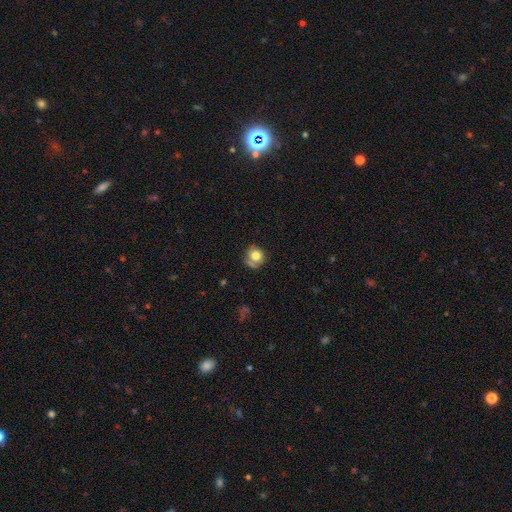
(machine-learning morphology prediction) Overall: smooth (74%). How rounded: round (81%). Merging: none (56%; minor disturbance 26%).